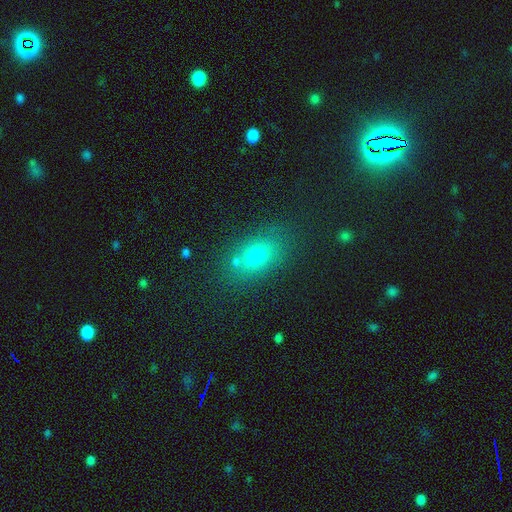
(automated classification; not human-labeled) smooth-or-featured: smooth: 71% | star or artifact: 16% | featured or disk: 13%
  how-rounded: in between: 74% | round: 23% | cigar-shaped: 4%
  merging: none: 73% | minor disturbance: 13% | merger: 9% | major disturbance: 5%